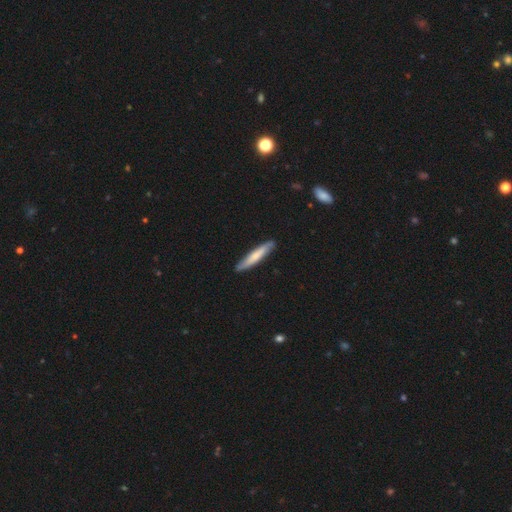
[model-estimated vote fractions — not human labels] Smooth or featured: smooth — 66% (featured or disk — 29%)
How rounded: cigar-shaped — 93% (in between — 6%)
Merging: none — 88% (minor disturbance — 9%)